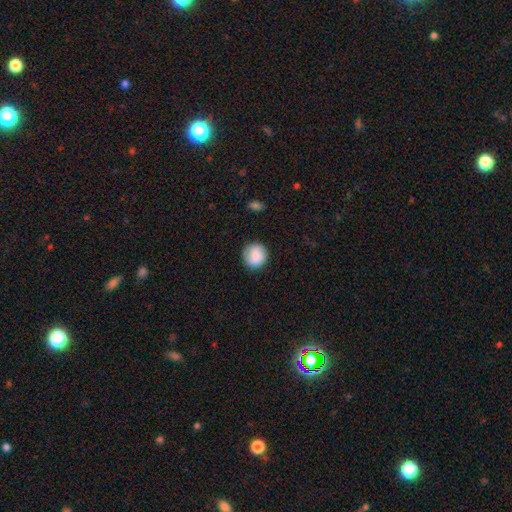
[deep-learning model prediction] Smooth or featured?
  - smooth: 79% *
  - featured or disk: 14%
  - star or artifact: 8%
How rounded?
  - round: 88% *
  - in between: 11%
  - cigar-shaped: 1%
Merging?
  - none: 82% *
  - minor disturbance: 13%
  - major disturbance: 4%
  - merger: 1%